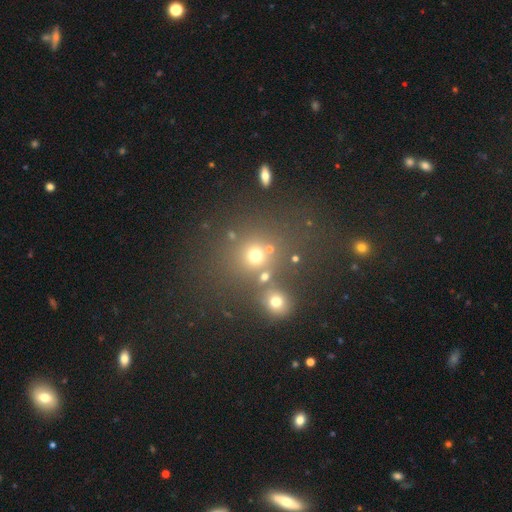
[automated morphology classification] This is likely a smooth galaxy (68%). How rounded: clearly round (85%). Merging: likely none (64%).